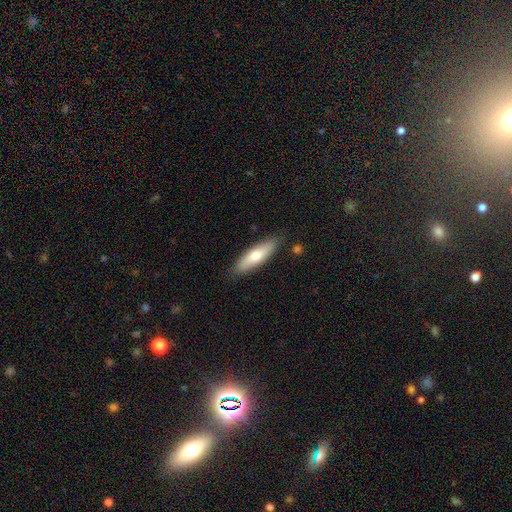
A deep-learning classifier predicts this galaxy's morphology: type=smooth (65%); roundness=cigar-shaped (61%); merging=none (85%).